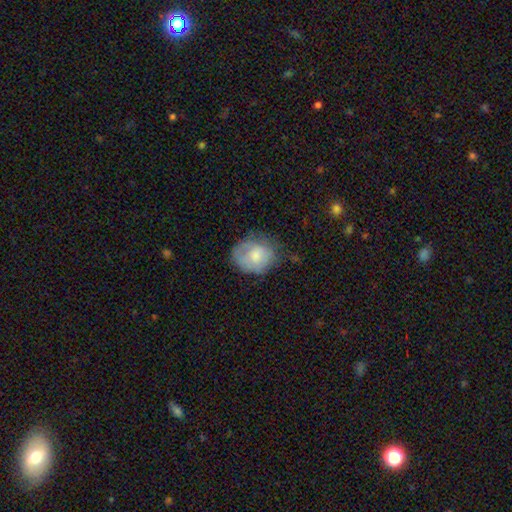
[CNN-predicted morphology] This is likely a smooth galaxy (67%). How rounded: likely round (63%). Merging: possibly none (52%).